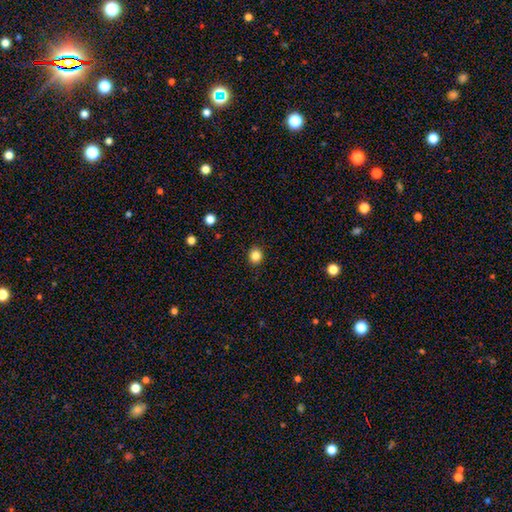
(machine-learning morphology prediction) Smooth or featured? smooth (85%)
How rounded? round (81%)
Merging? none (91%)